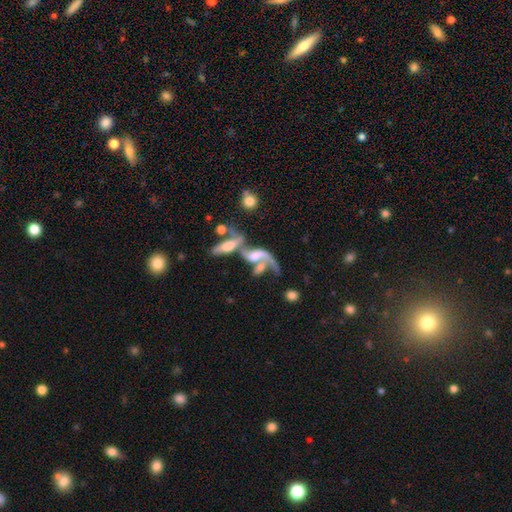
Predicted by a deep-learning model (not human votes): Q: Smooth or featured?
A: featured or disk (70%); runner-up: smooth (19%)
Q: Edge-on disk?
A: no (88%); runner-up: yes (12%)
Q: Bar?
A: no (56%); runner-up: weak (30%)
Q: Spiral arms?
A: yes (75%); runner-up: no (25%)
Q: Bulge size?
A: moderate (31%); runner-up: none (30%)
Q: Merging?
A: merger (63%); runner-up: major disturbance (15%)